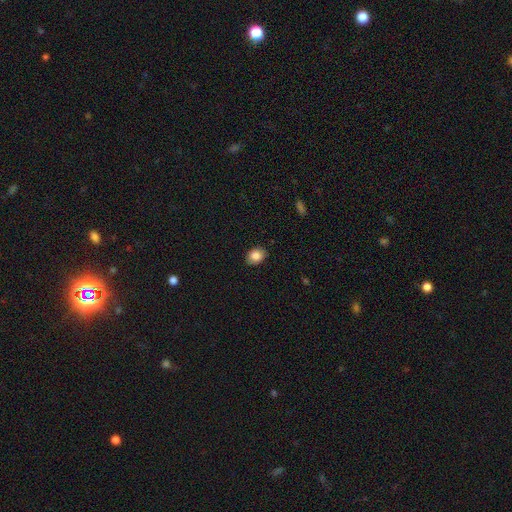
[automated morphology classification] type=smooth (85%); roundness=in between (64%); merging=none (87%).